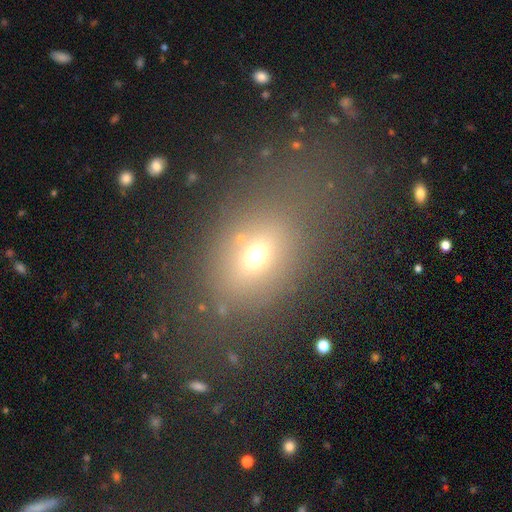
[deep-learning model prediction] This is likely a smooth galaxy (64%). How rounded: likely in between (71%). Merging: likely none (64%).